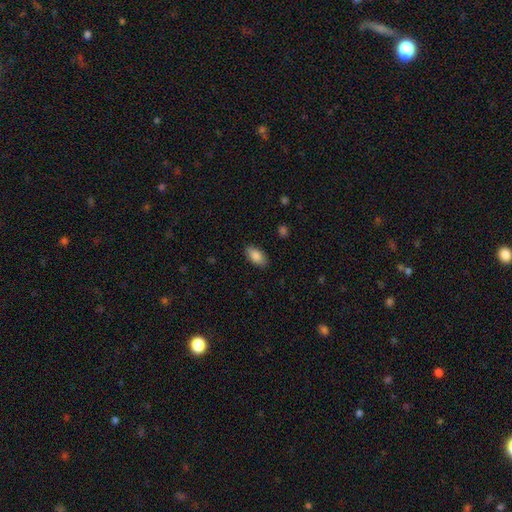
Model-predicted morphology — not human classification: Q: Smooth or featured?
A: smooth (85%); runner-up: featured or disk (8%)
Q: How rounded?
A: in between (92%); runner-up: cigar-shaped (5%)
Q: Merging?
A: none (88%); runner-up: minor disturbance (9%)